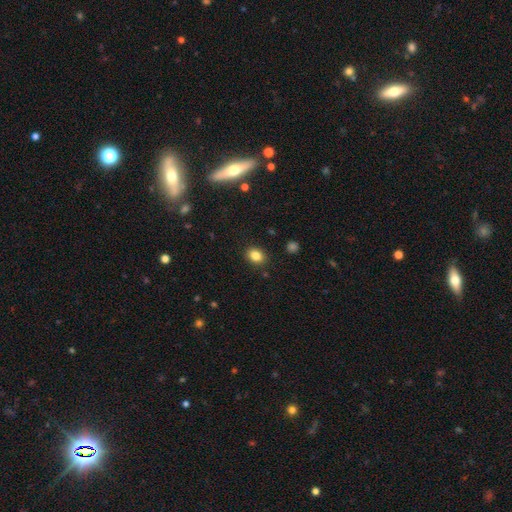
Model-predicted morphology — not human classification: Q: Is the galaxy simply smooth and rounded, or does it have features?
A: smooth — 84%.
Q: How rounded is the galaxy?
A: in between — 61%.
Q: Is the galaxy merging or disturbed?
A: none — 88%.